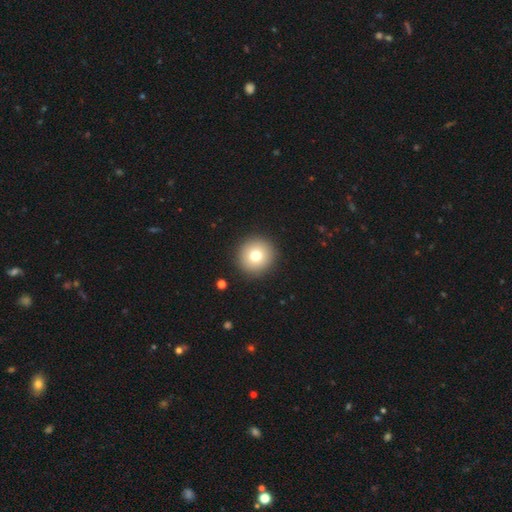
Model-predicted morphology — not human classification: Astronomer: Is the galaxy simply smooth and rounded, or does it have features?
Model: smooth — 75%.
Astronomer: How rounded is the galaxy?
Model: round — 94%.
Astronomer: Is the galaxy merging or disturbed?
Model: none — 92%.